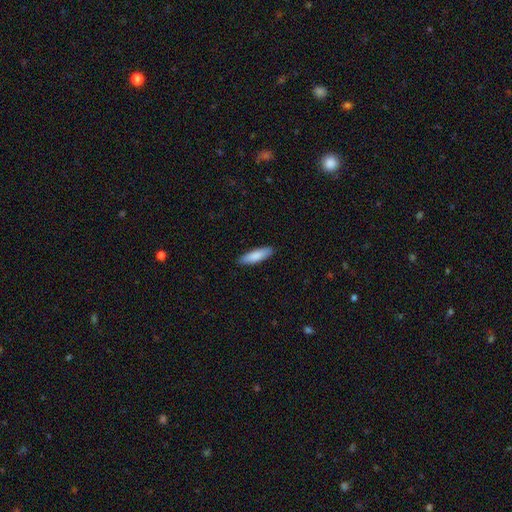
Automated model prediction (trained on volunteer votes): Q: Smooth or featured?
A: smooth (85%); runner-up: featured or disk (9%)
Q: How rounded?
A: cigar-shaped (58%); runner-up: in between (41%)
Q: Merging?
A: none (88%); runner-up: minor disturbance (9%)